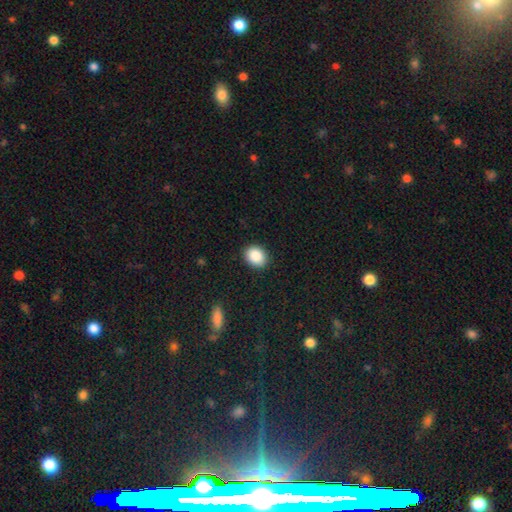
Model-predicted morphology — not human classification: Smooth or featured? smooth (89%)
How rounded? in between (51%)
Merging? none (90%)